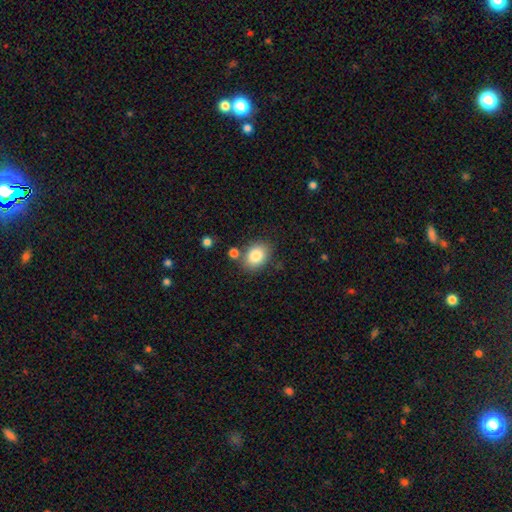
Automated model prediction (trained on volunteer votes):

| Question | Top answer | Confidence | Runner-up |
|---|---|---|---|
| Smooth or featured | smooth | 84% | star or artifact (8%) |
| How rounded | in between | 66% | round (33%) |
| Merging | none | 76% | minor disturbance (12%) |